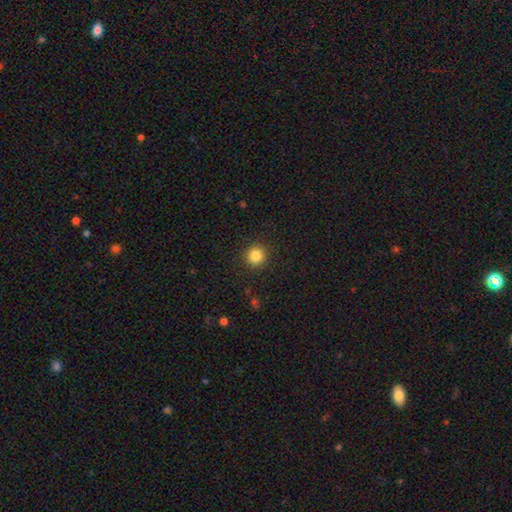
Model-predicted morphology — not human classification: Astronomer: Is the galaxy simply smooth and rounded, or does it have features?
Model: smooth — 83%.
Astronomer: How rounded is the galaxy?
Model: round — 93%.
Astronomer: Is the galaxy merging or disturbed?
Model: none — 92%.